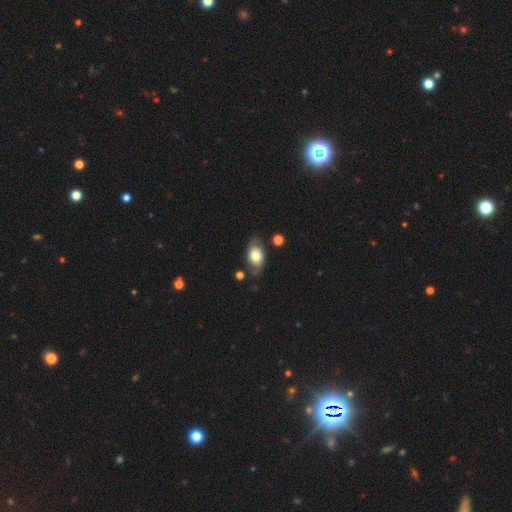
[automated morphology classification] Smooth or featured? Predicted: smooth (p=0.68). How rounded? Predicted: in between (p=0.87). Merging? Predicted: none (p=0.70).